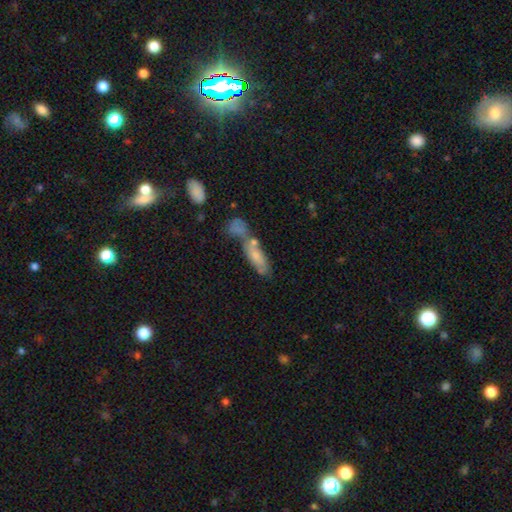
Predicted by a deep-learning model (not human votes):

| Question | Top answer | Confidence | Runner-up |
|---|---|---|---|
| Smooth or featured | smooth | 68% | featured or disk (24%) |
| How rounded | in between | 52% | cigar-shaped (45%) |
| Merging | merger | 45% | none (33%) |